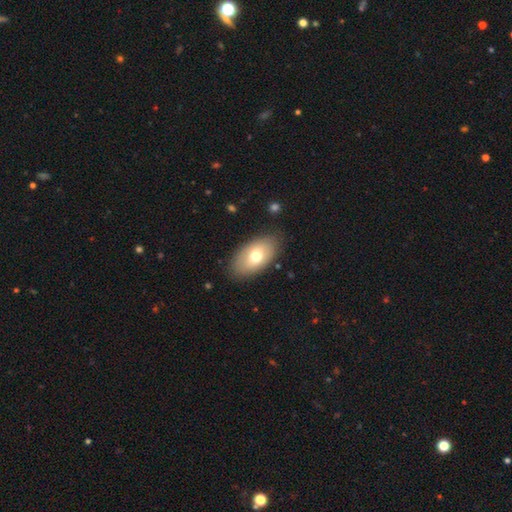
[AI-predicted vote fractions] smooth-or-featured: smooth: 67% | featured or disk: 26% | star or artifact: 7%
  how-rounded: in between: 93% | round: 5% | cigar-shaped: 2%
  merging: none: 83% | minor disturbance: 12% | major disturbance: 3% | merger: 1%